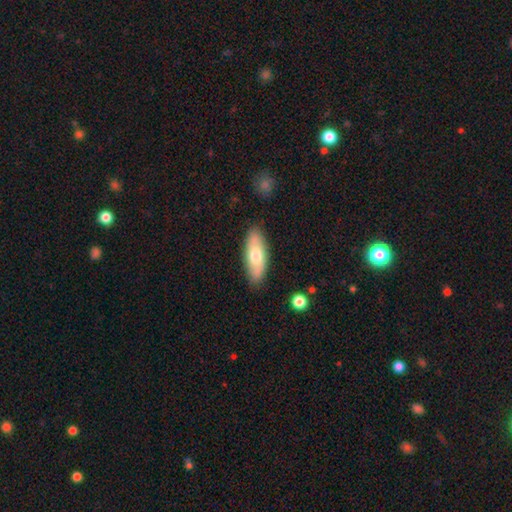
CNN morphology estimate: Q: Smooth or featured?
A: smooth (66%); runner-up: featured or disk (29%)
Q: How rounded?
A: in between (72%); runner-up: cigar-shaped (25%)
Q: Merging?
A: none (85%); runner-up: minor disturbance (11%)